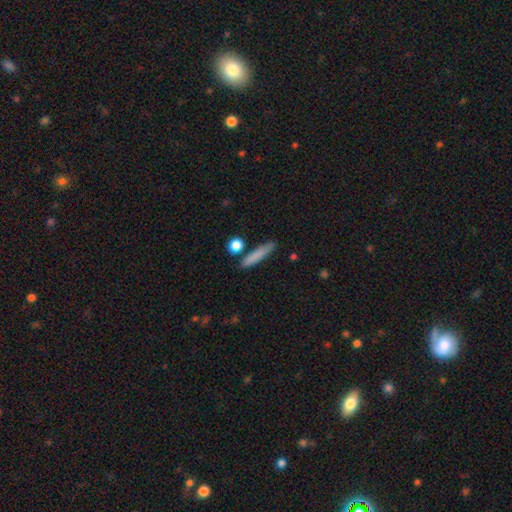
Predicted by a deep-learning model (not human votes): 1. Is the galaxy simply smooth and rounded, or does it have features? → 80% smooth, 12% featured or disk, 7% star or artifact.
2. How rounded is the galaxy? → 87% cigar-shaped, 10% in between, 3% round.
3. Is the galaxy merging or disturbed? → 82% none, 11% minor disturbance, 4% merger, 2% major disturbance.